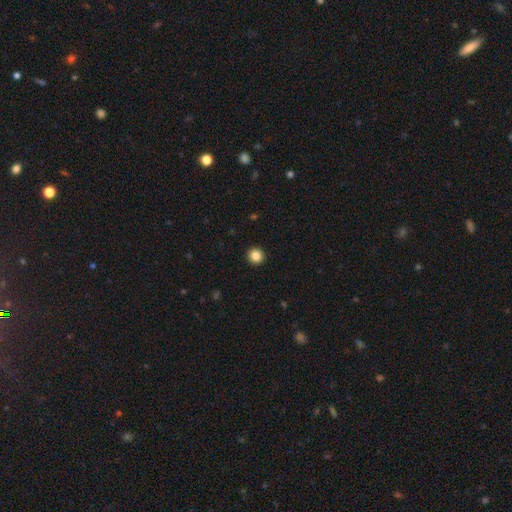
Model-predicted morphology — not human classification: Smooth or featured?
  - smooth: 85% *
  - star or artifact: 11%
  - featured or disk: 4%
How rounded?
  - round: 95% *
  - in between: 4%
  - cigar-shaped: 1%
Merging?
  - none: 94% *
  - minor disturbance: 4%
  - major disturbance: 1%
  - merger: 1%